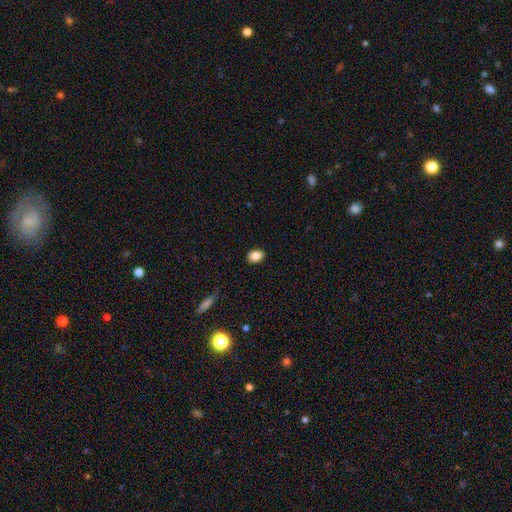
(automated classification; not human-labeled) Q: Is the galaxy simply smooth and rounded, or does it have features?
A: smooth — 87%.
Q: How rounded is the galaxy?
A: in between — 69%.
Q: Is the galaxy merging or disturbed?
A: none — 89%.